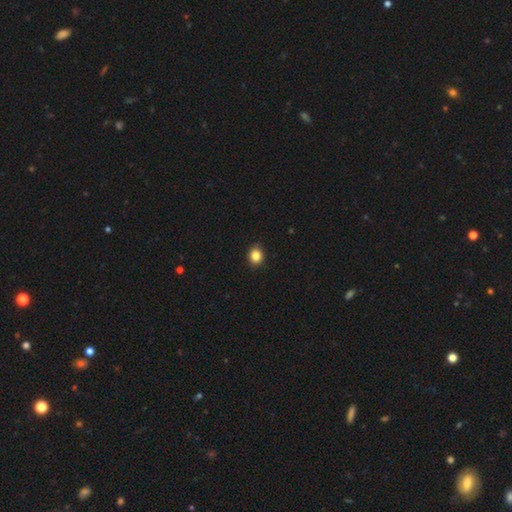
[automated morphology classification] Q: Smooth or featured?
A: smooth (86%); runner-up: star or artifact (10%)
Q: How rounded?
A: round (71%); runner-up: in between (28%)
Q: Merging?
A: none (88%); runner-up: minor disturbance (9%)